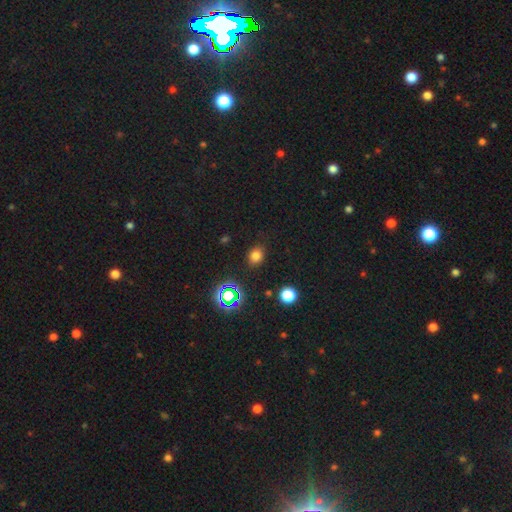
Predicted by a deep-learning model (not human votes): Smooth or featured? Predicted: smooth (p=0.74). How rounded? Predicted: round (p=0.59). Merging? Predicted: none (p=0.86).